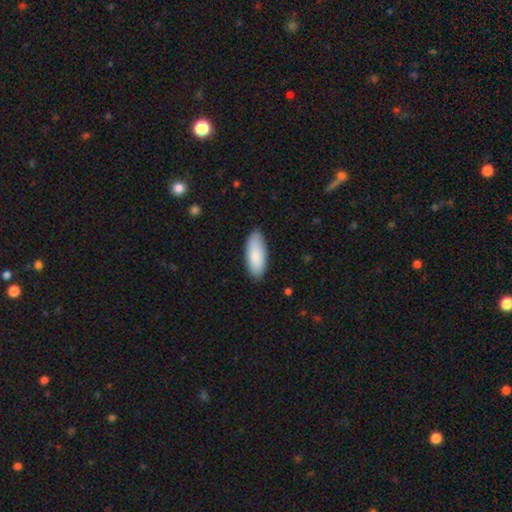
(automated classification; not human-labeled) Q: Smooth or featured?
A: smooth (88%); runner-up: featured or disk (7%)
Q: How rounded?
A: in between (80%); runner-up: cigar-shaped (18%)
Q: Merging?
A: none (85%); runner-up: minor disturbance (12%)